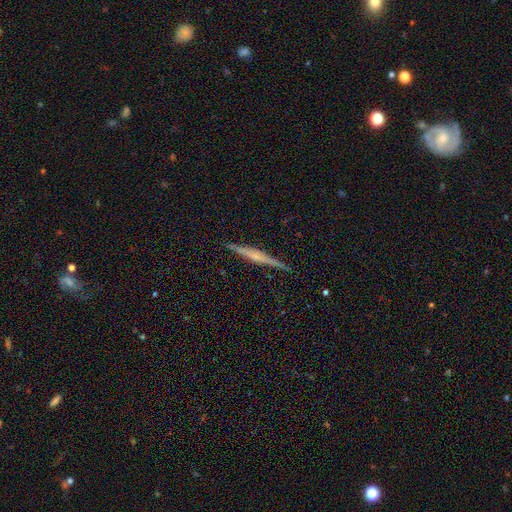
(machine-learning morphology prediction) Q: Smooth or featured?
A: featured or disk (70%); runner-up: smooth (24%)
Q: Edge-on disk?
A: yes (98%); runner-up: no (2%)
Q: Edge-on bulge?
A: rounded (44%); runner-up: none (37%)
Q: Merging?
A: none (91%); runner-up: minor disturbance (7%)